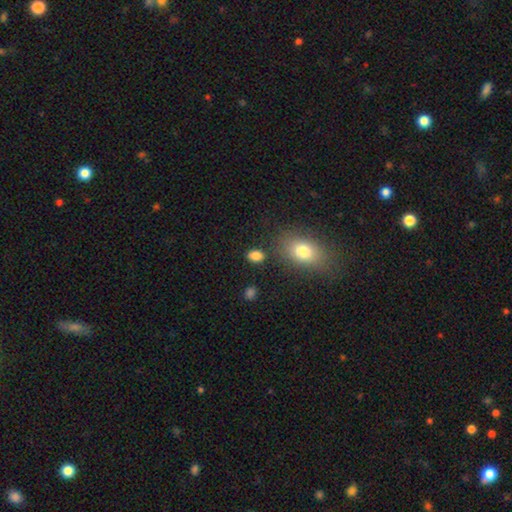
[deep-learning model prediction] A smooth galaxy with no disk features (84%) that is in between round and cigar-shaped (71%). Merging: none (81%).